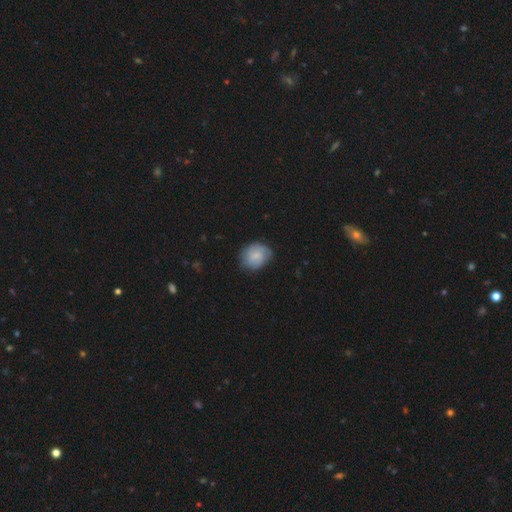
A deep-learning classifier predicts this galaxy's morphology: A smooth galaxy with no disk features (63%) that is round (64%).

Vote fractions:
- Smooth or featured? smooth: 63% / featured or disk: 29% / star or artifact: 7%
- How rounded? round: 64% / in between: 35% / cigar-shaped: 1%
- Merging? none: 69% / minor disturbance: 23% / major disturbance: 6% / merger: 1%